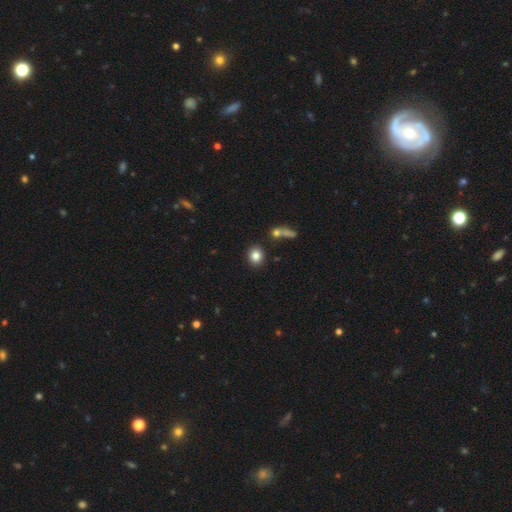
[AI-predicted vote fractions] The model was most divided on "how rounded": round: 67%, in between: 31%, cigar-shaped: 1%. More confident: merging — none (85%); smooth or featured — smooth (83%).